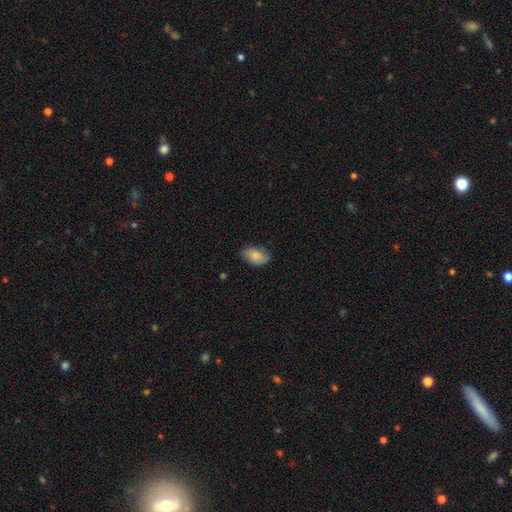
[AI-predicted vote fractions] A smooth galaxy with no disk features (79%) that is in between round and cigar-shaped (91%).

Vote fractions:
- Smooth or featured? smooth: 79% / featured or disk: 14% / star or artifact: 7%
- How rounded? in between: 91% / round: 7% / cigar-shaped: 2%
- Merging? none: 76% / minor disturbance: 19% / major disturbance: 3% / merger: 1%